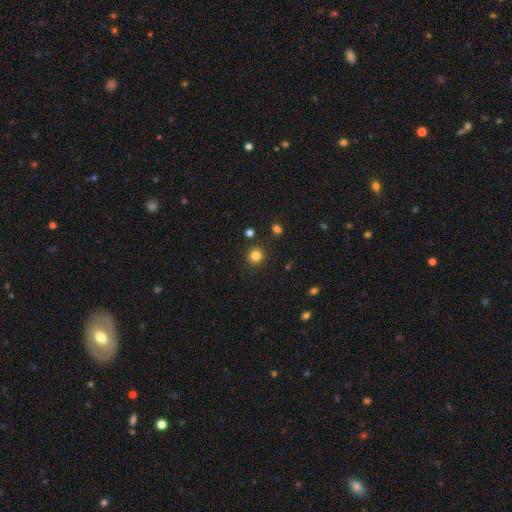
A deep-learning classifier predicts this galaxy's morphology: type=smooth (83%); roundness=round (93%); merging=none (89%).